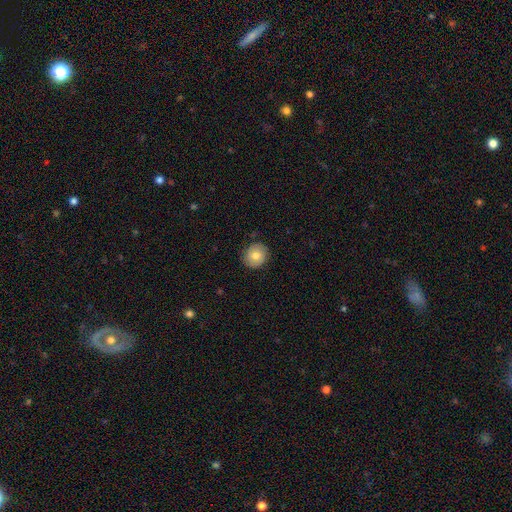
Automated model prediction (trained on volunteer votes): A smooth galaxy with no disk features (69%) that is round (83%). Merging: none (86%).